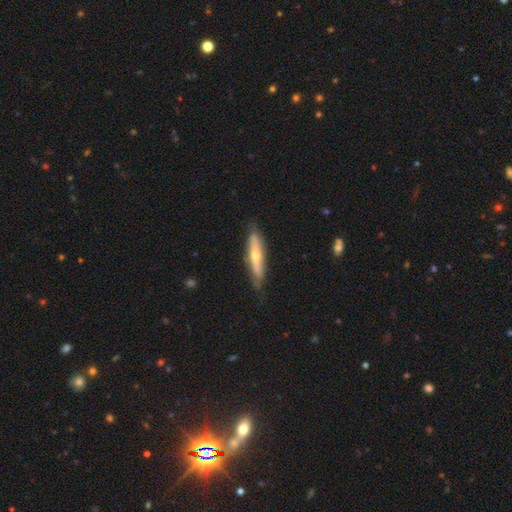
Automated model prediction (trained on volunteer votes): The model was most divided on "smooth or featured": featured or disk: 53%, smooth: 42%, star or artifact: 5%. More confident: merging — none (77%); edge-on disk — yes (76%).